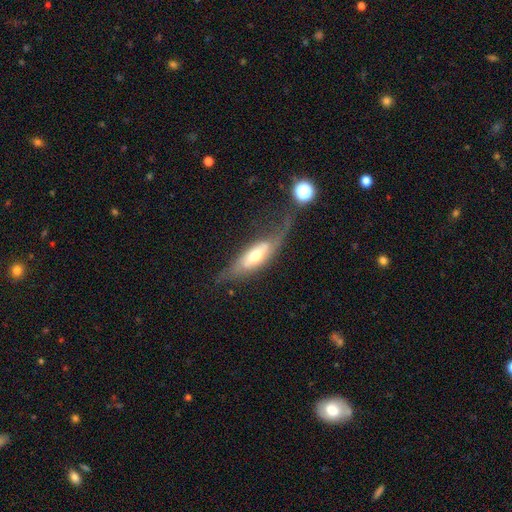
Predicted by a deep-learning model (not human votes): smooth-or-featured: featured or disk: 61% | smooth: 33% | star or artifact: 6%
  disk-edge-on: no: 53% | yes: 47%
  merging: none: 42% | major disturbance: 28% | minor disturbance: 25% | merger: 5%